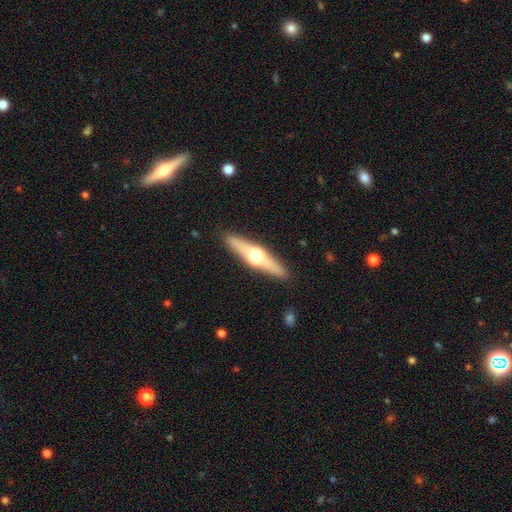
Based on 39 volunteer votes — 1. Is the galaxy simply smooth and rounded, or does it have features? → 82% featured or disk, 10% star or artifact, 8% smooth.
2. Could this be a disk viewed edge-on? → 100% yes, 0% no.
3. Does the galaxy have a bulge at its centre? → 97% rounded, 3% none, 0% boxy.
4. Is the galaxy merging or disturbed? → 86% none, 9% minor disturbance, 3% major disturbance, 3% merger.